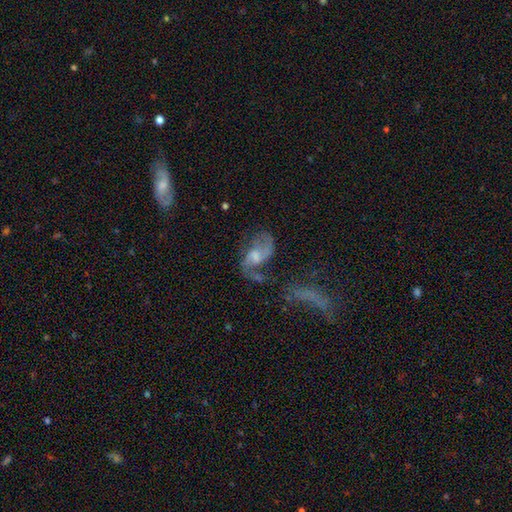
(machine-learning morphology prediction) Smooth or featured: featured or disk — 77% (smooth — 14%)
Edge-on disk: no — 96% (yes — 4%)
Bar: no — 48% (weak — 43%)
Spiral arms: yes — 89% (no — 11%)
Spiral winding: loose — 50% (medium — 39%)
Spiral arm count: 2 — 85% (can't tell — 6%)
Bulge size: moderate — 43% (small — 31%)
Merging: none — 46% (major disturbance — 20%)